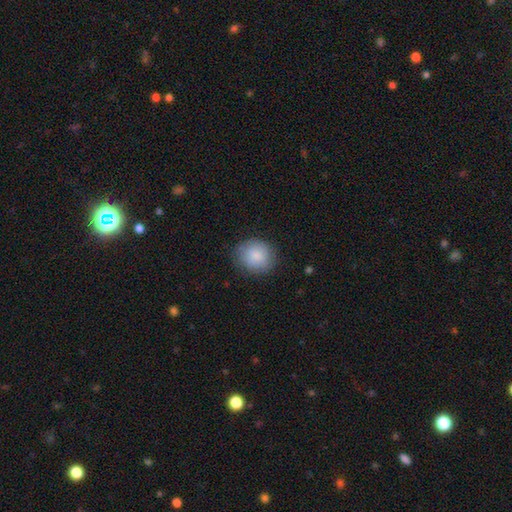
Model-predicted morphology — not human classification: Smooth or featured? smooth (86%)
How rounded? round (81%)
Merging? none (82%)